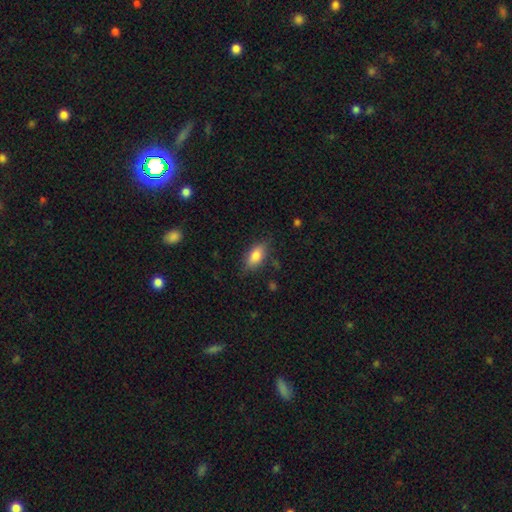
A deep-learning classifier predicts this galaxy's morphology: smooth_or_featured: smooth (p=0.82) [alt: featured or disk p=0.11]
how_rounded: in between (p=0.87) [alt: cigar-shaped p=0.09]
merging: none (p=0.79) [alt: minor disturbance p=0.16]